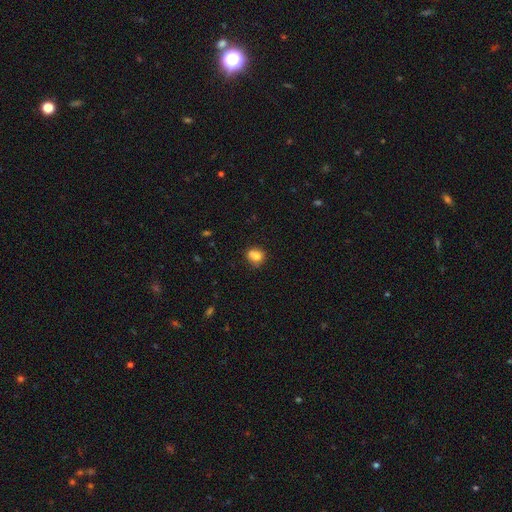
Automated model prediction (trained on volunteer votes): The model was most divided on "merging": none: 54%, merger: 22%, minor disturbance: 19%, major disturbance: 5%. More confident: smooth or featured — smooth (77%); how rounded — round (72%).